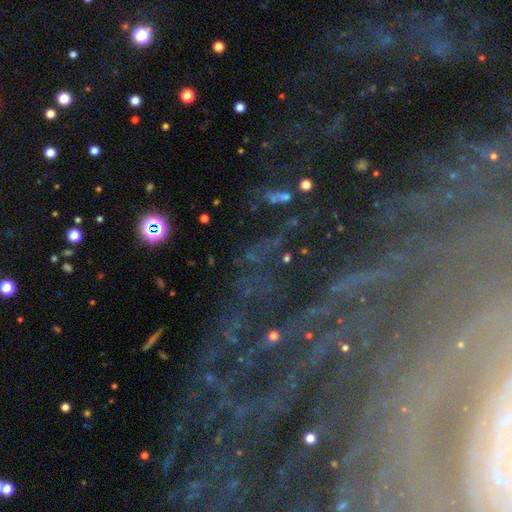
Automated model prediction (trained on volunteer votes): Smooth or featured?
  - star or artifact: 62% *
  - featured or disk: 24%
  - smooth: 14%